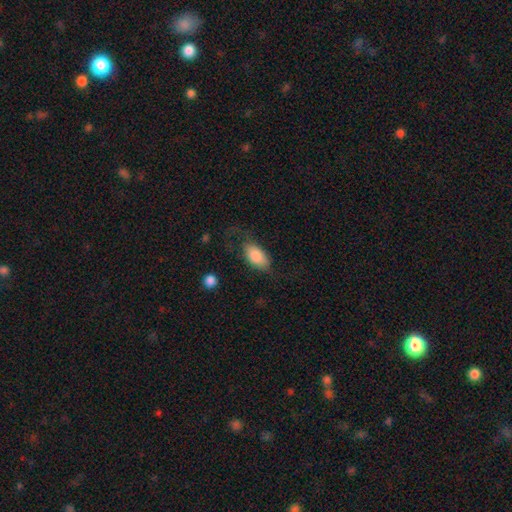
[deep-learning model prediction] smooth 80%, featured or disk 13%, star or artifact 6%. Down the decision tree: how rounded — in between (92%); merging — none (50%).